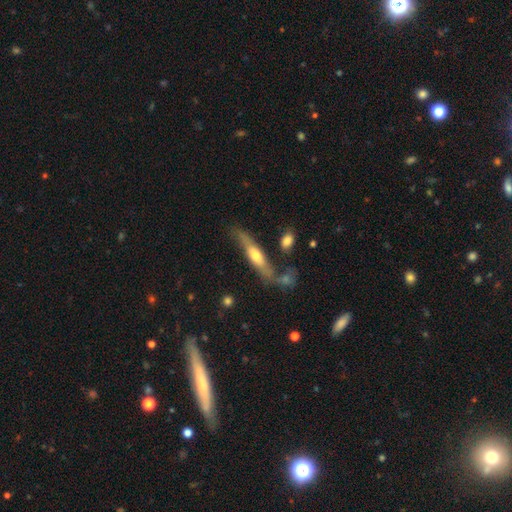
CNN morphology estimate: Smooth or featured: featured or disk — 55% (smooth — 39%)
Edge-on disk: yes — 74% (no — 26%)
Merging: none — 61% (minor disturbance — 21%)